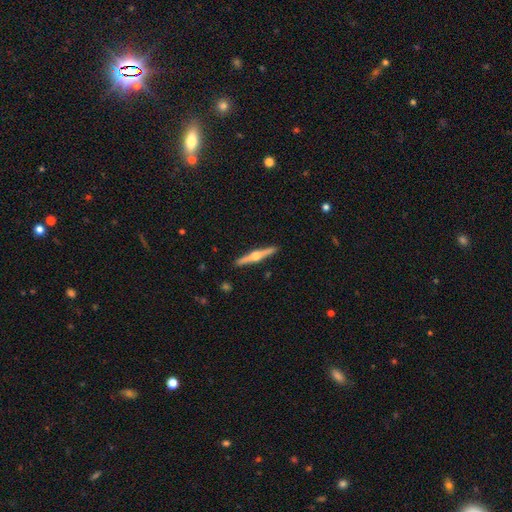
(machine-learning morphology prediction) Overall: featured or disk (77%). Edge-on disk: yes (98%). Edge-on bulge: rounded (95%). Merging: none (92%).